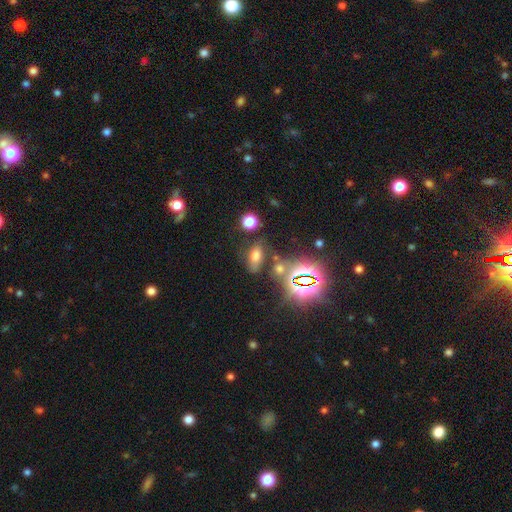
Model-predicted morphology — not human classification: smooth-or-featured: smooth: 57% | star or artifact: 30% | featured or disk: 12%
  how-rounded: in between: 80% | round: 11% | cigar-shaped: 9%
  merging: none: 65% | minor disturbance: 17% | merger: 11% | major disturbance: 8%